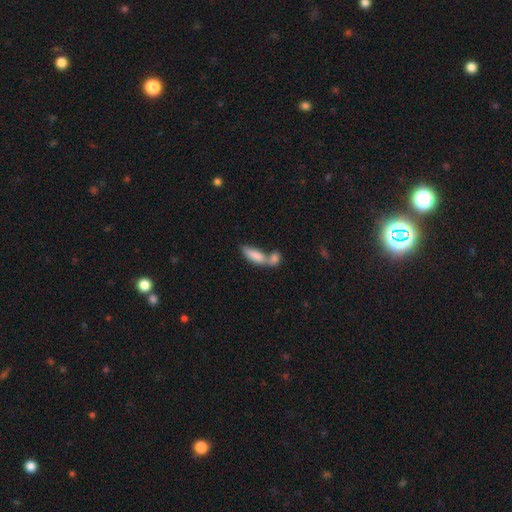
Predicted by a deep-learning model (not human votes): Smooth or featured? Predicted: smooth (p=0.79). How rounded? Predicted: in between (p=0.65). Merging? Predicted: merger (p=0.64).